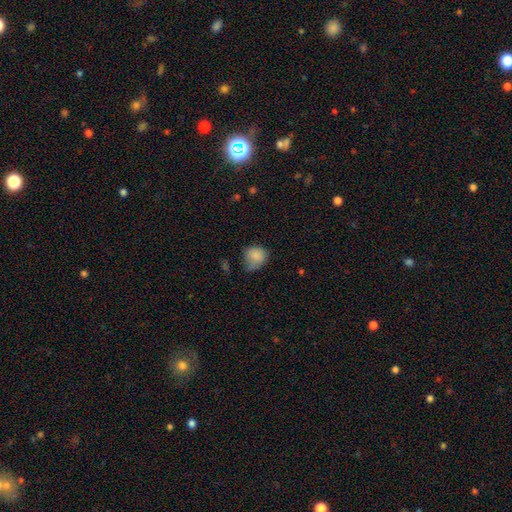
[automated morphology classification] smooth_or_featured: smooth (p=0.83) [alt: star or artifact p=0.09]
how_rounded: round (p=0.66) [alt: in between p=0.33]
merging: none (p=0.46) [alt: minor disturbance p=0.38]